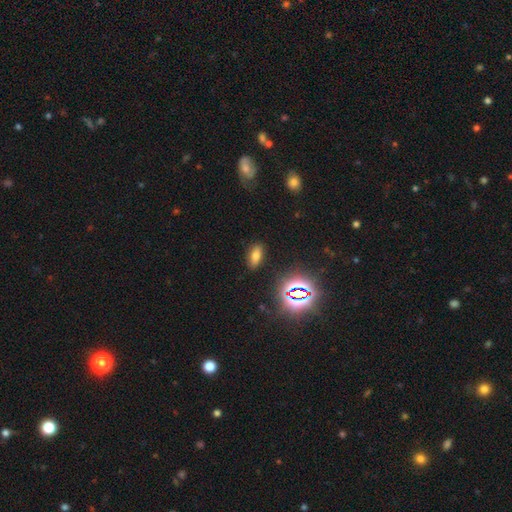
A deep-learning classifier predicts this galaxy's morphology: smooth-or-featured: smooth: 65% | star or artifact: 25% | featured or disk: 10%
  how-rounded: in between: 85% | cigar-shaped: 9% | round: 6%
  merging: none: 87% | minor disturbance: 9% | major disturbance: 3% | merger: 2%